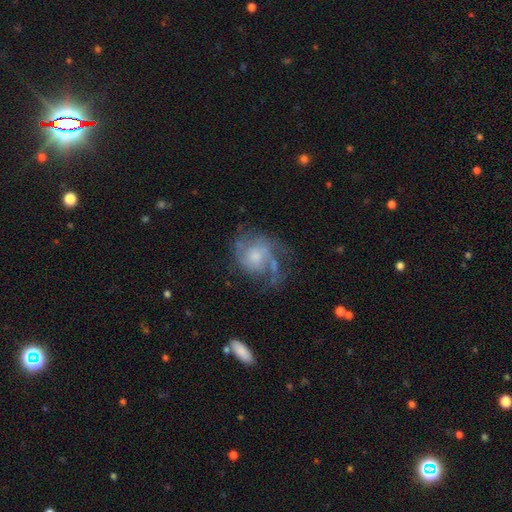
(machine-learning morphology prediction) A featured or disk galaxy (76%) with no bar (70%), 2 (47%) medium (48%) spiral arms (88%) and a moderate central bulge (42%).

Vote fractions:
- Smooth or featured? featured or disk: 76% / smooth: 17% / star or artifact: 8%
- Edge-on disk? no: 98% / yes: 2%
- Bar? no: 70% / weak: 26% / strong: 4%
- Spiral arms? yes: 88% / no: 12%
- Spiral winding? medium: 48% / loose: 27% / tight: 25%
- Spiral arm count? 2: 47% / can't tell: 20% / 3: 14% / 1: 11% / 4: 4% / more than 4: 4%
- Bulge size? moderate: 42% / small: 38% / none: 10% / large: 9% / dominant: 2%
- Merging? none: 50% / major disturbance: 25% / minor disturbance: 22% / merger: 4%